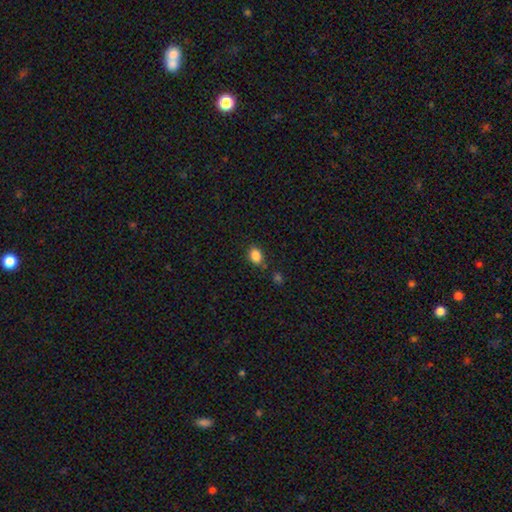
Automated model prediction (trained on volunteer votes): This is clearly a smooth galaxy (86%). How rounded: likely in between (67%). Merging: likely none (79%).